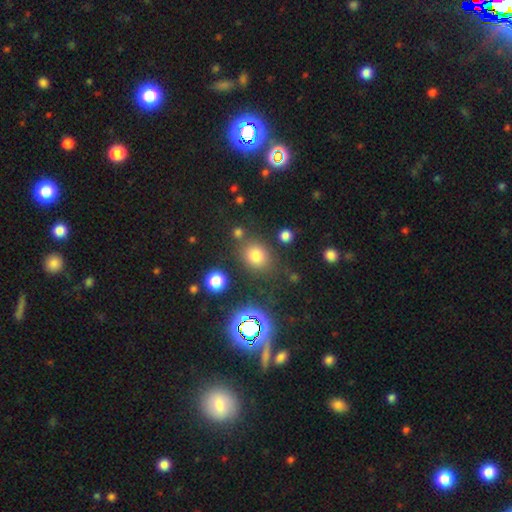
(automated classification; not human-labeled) Morphology: type=smooth (73%); roundness=round (63%); merging=none (76%).